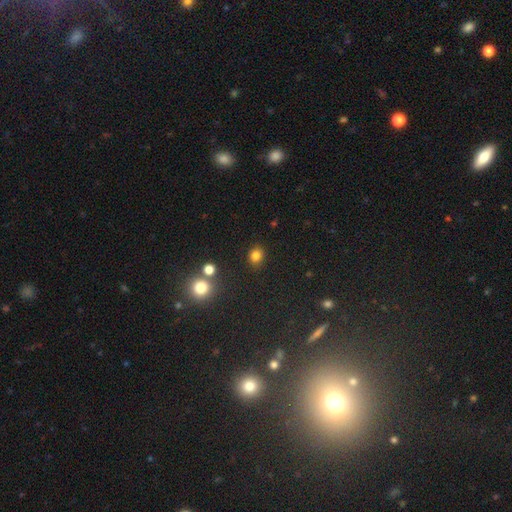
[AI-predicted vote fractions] Smooth or featured? smooth (81%)
How rounded? round (69%)
Merging? none (86%)